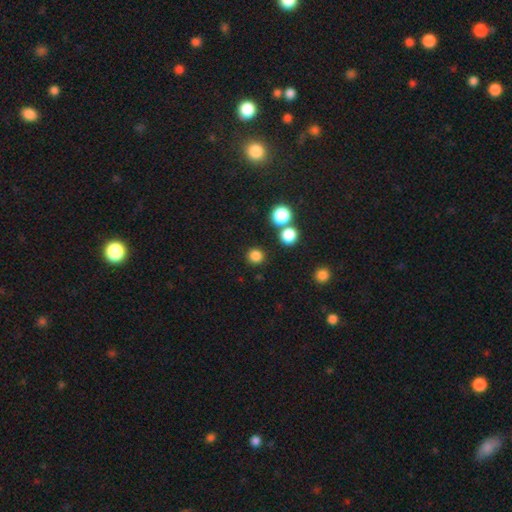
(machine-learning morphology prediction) The model was most divided on "smooth or featured": smooth: 82%, star or artifact: 14%, featured or disk: 4%. More confident: how rounded — round (92%); merging — none (86%).